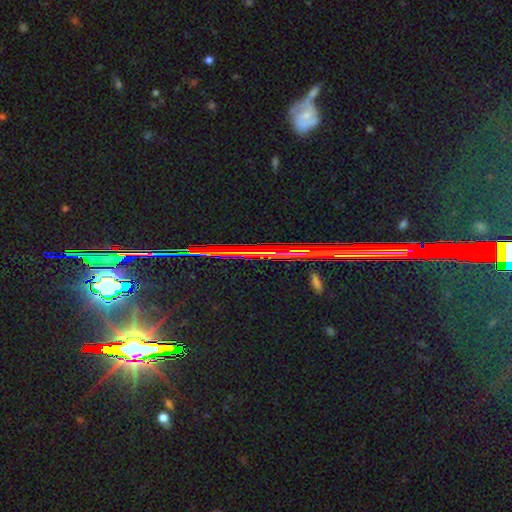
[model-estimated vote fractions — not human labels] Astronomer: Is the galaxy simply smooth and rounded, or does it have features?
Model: star or artifact — 82%.